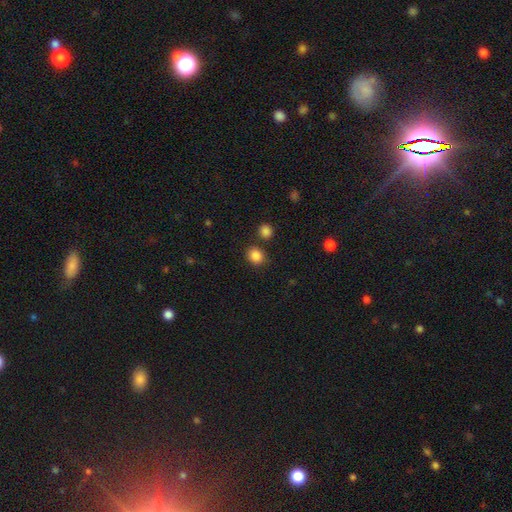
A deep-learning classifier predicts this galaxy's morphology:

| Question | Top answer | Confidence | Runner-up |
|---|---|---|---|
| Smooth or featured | smooth | 86% | star or artifact (11%) |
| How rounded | round | 72% | in between (27%) |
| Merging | none | 79% | minor disturbance (9%) |